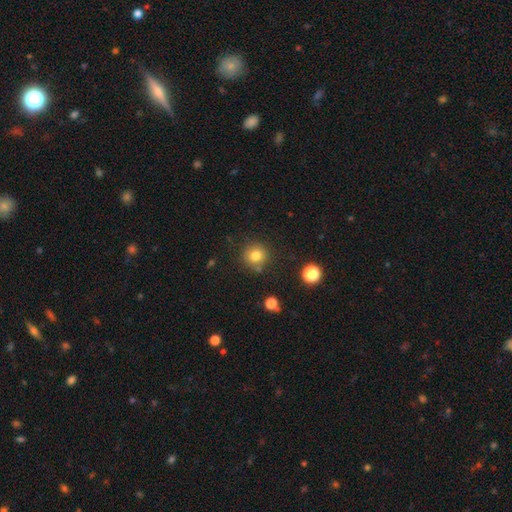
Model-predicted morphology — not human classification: Q: Smooth or featured?
A: smooth (80%); runner-up: star or artifact (13%)
Q: How rounded?
A: round (92%); runner-up: in between (7%)
Q: Merging?
A: none (82%); runner-up: minor disturbance (10%)